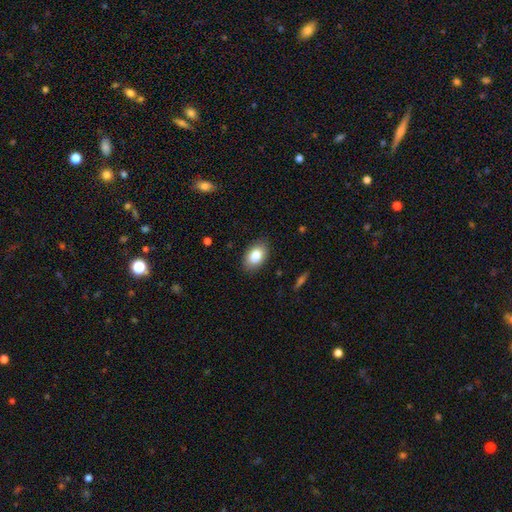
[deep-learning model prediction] Overall: smooth (83%). How rounded: in between (89%). Merging: none (86%).